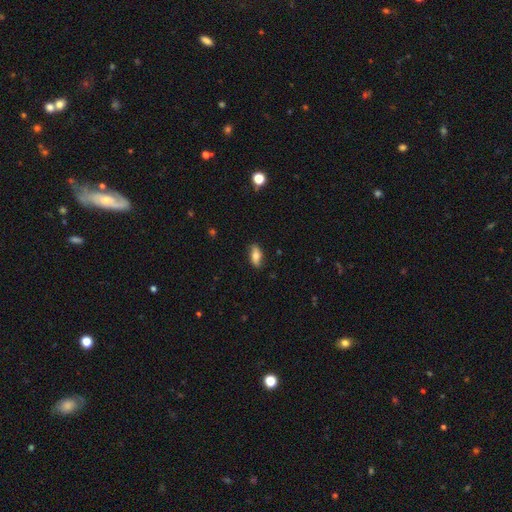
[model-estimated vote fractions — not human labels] smooth 69%, featured or disk 24%, star or artifact 7%. Down the decision tree: how rounded — in between (85%); merging — none (82%).